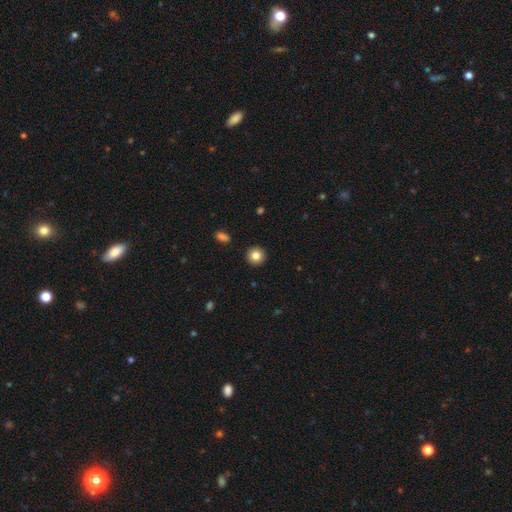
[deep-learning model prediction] Smooth or featured?
  - smooth: 83% *
  - star or artifact: 10%
  - featured or disk: 7%
How rounded?
  - round: 94% *
  - in between: 5%
  - cigar-shaped: 1%
Merging?
  - none: 93% *
  - minor disturbance: 5%
  - major disturbance: 2%
  - merger: 1%